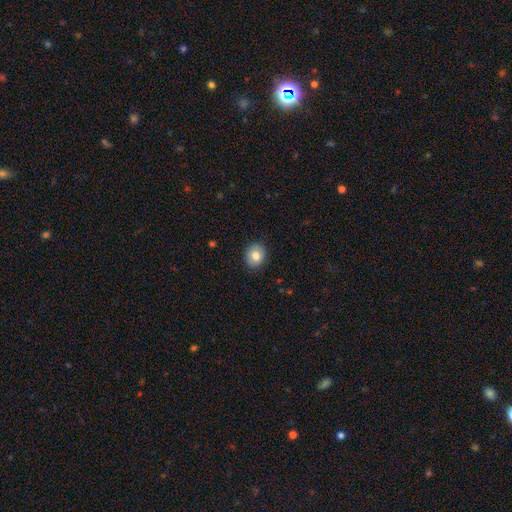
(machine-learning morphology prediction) Q: Smooth or featured?
A: smooth (81%); runner-up: featured or disk (11%)
Q: How rounded?
A: round (60%); runner-up: in between (39%)
Q: Merging?
A: none (89%); runner-up: minor disturbance (9%)